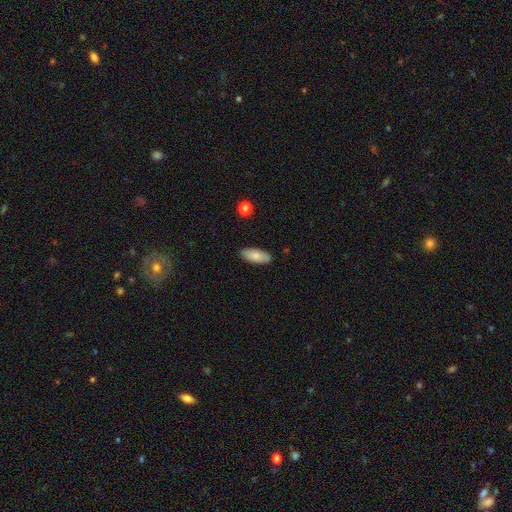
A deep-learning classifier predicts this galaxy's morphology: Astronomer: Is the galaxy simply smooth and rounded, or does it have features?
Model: smooth — 82%.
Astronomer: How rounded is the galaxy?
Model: in between — 82%.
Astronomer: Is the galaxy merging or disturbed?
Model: none — 86%.